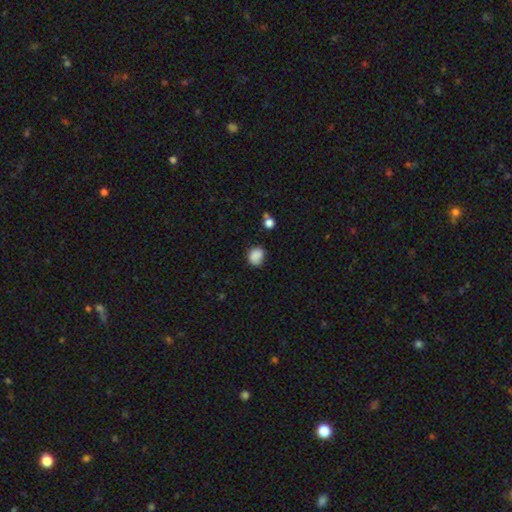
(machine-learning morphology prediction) smooth_or_featured: smooth (p=0.85) [alt: star or artifact p=0.10]
how_rounded: round (p=0.59) [alt: in between p=0.40]
merging: none (p=0.65) [alt: minor disturbance p=0.25]